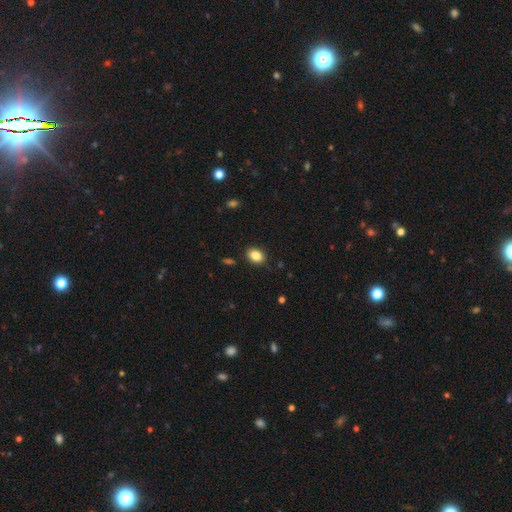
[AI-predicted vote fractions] Smooth or featured?
  - smooth: 86% *
  - star or artifact: 9%
  - featured or disk: 5%
How rounded?
  - in between: 68% *
  - round: 31%
  - cigar-shaped: 1%
Merging?
  - none: 87% *
  - minor disturbance: 9%
  - major disturbance: 2%
  - merger: 1%